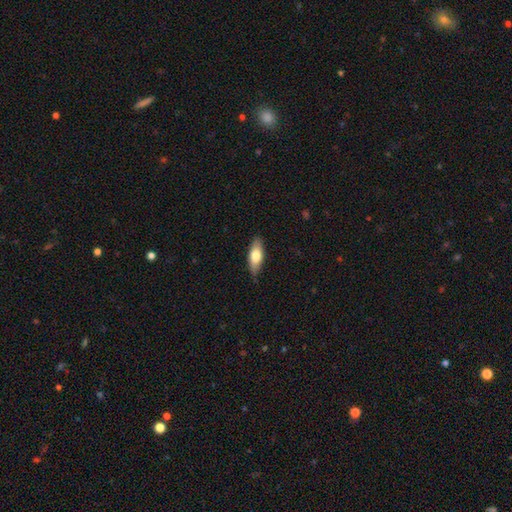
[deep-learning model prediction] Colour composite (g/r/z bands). It shows a smooth galaxy with no disk features (71%) that is in between round and cigar-shaped (71%). Merging: none (84%).